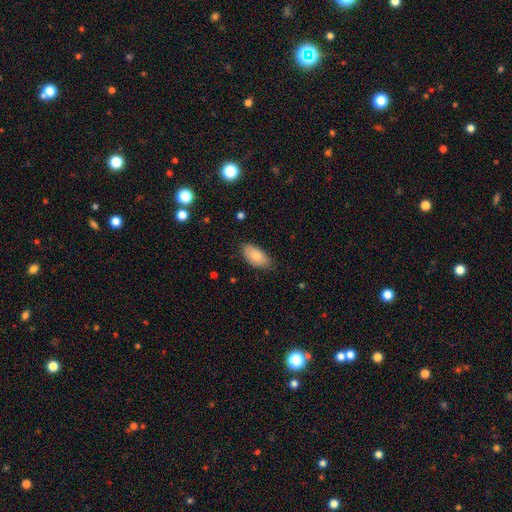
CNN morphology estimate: Overall: smooth (81%). How rounded: in between (94%). Merging: none (80%).